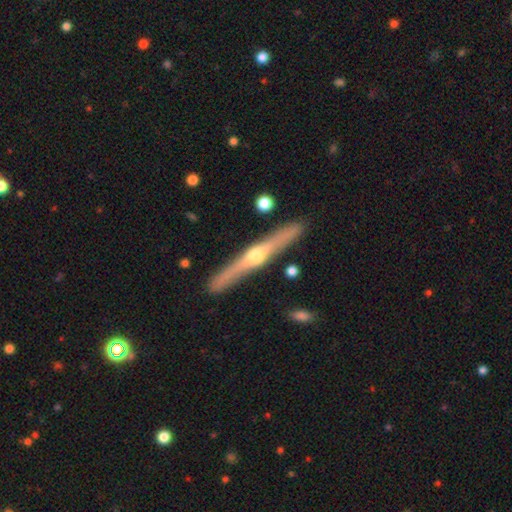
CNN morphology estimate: Smooth or featured? Predicted: featured or disk (p=0.77). Edge-on disk? Predicted: yes (p=0.97). Edge-on bulge? Predicted: rounded (p=0.93). Merging? Predicted: none (p=0.90).